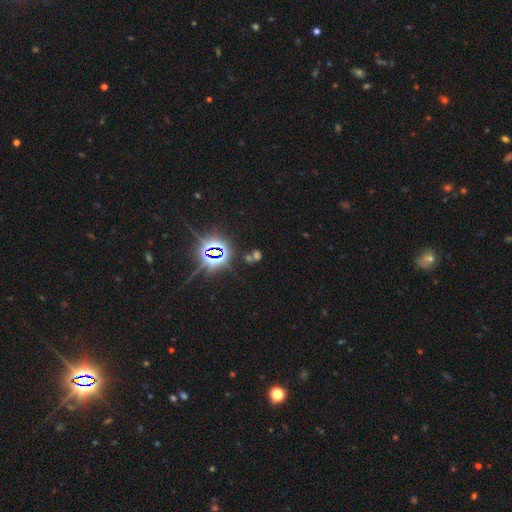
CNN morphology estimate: Smooth or featured?
  - star or artifact: 70% *
  - smooth: 21%
  - featured or disk: 9%